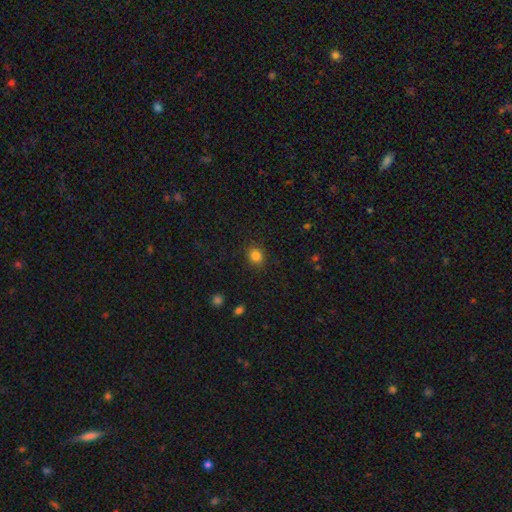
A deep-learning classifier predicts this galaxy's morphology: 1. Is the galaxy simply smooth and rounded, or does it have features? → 83% smooth, 12% star or artifact, 5% featured or disk.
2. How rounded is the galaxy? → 78% round, 21% in between, 1% cigar-shaped.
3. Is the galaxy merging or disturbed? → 88% none, 9% minor disturbance, 3% major disturbance, 1% merger.